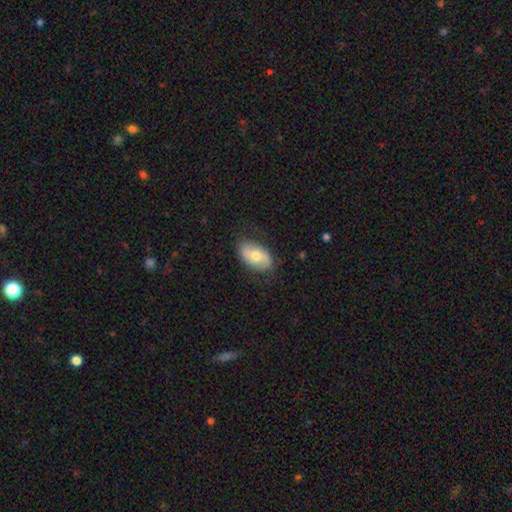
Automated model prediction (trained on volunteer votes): smooth_or_featured: smooth (p=0.50) [alt: featured or disk p=0.44]
how_rounded: in between (p=0.91) [alt: round p=0.07]
merging: none (p=0.79) [alt: minor disturbance p=0.16]